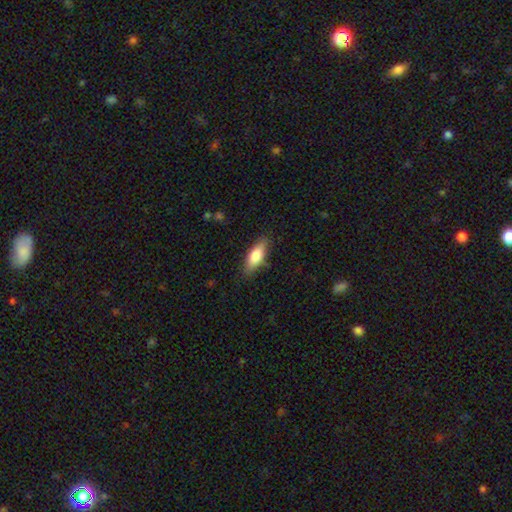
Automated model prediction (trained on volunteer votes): Smooth or featured? smooth (77%)
How rounded? in between (68%)
Merging? none (82%)